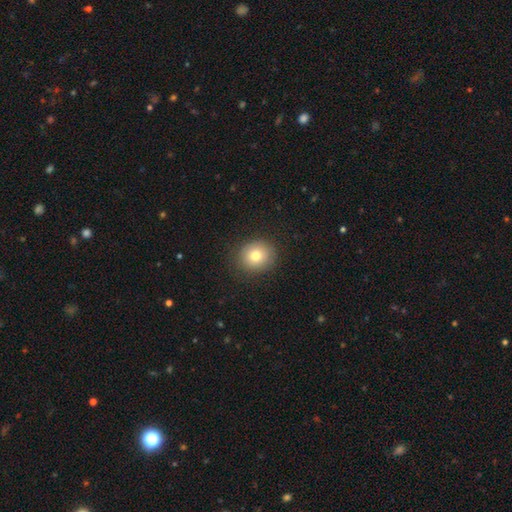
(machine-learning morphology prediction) A smooth galaxy with no disk features (76%) that is round (81%).

Vote fractions:
- Smooth or featured? smooth: 76% / featured or disk: 13% / star or artifact: 11%
- How rounded? round: 81% / in between: 18% / cigar-shaped: 1%
- Merging? none: 87% / minor disturbance: 9% / major disturbance: 3% / merger: 1%